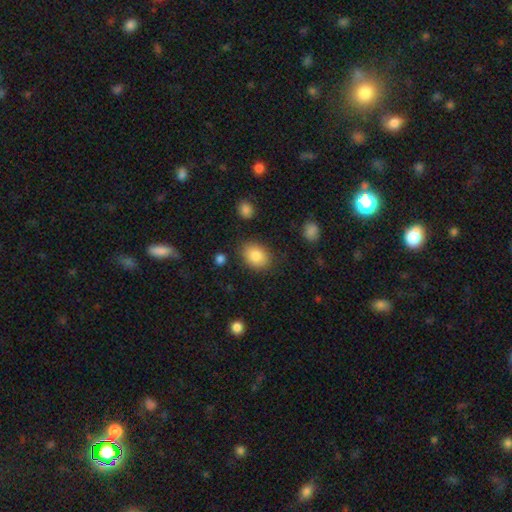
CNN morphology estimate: Q: Smooth or featured?
A: smooth (85%); runner-up: star or artifact (8%)
Q: How rounded?
A: in between (70%); runner-up: round (29%)
Q: Merging?
A: none (82%); runner-up: minor disturbance (12%)